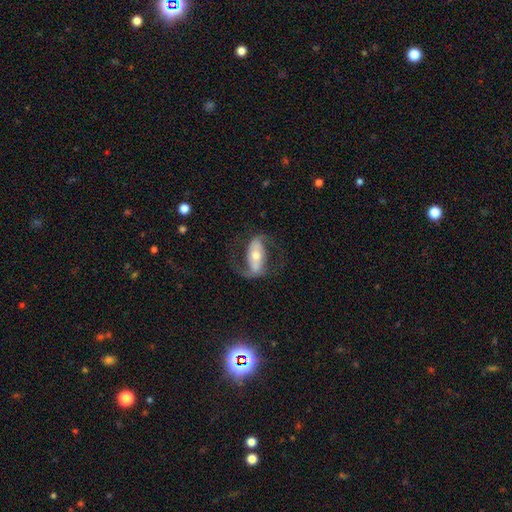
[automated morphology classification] smooth-or-featured: featured or disk: 82% | smooth: 13% | star or artifact: 5%
  disk-edge-on: no: 94% | yes: 6%
    bar: strong: 55% | weak: 26% | no: 19%
    has-spiral-arms: yes: 92% | no: 8%
      spiral-winding: medium: 44% | loose: 43% | tight: 12%
      spiral-arm-count: 2: 90% | 1: 3% | can't tell: 3% | 3: 1% | 4: 1% | more than 4: 1%
    bulge-size: moderate: 55% | small: 34% | large: 7% | dominant: 2% | none: 2%
  merging: none: 71% | minor disturbance: 14% | major disturbance: 14% | merger: 2%